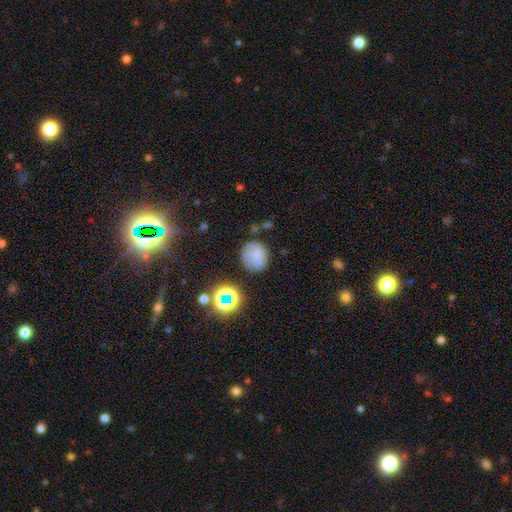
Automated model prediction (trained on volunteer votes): A smooth galaxy with no disk features (69%) that is round (82%). Merging: none (68%).